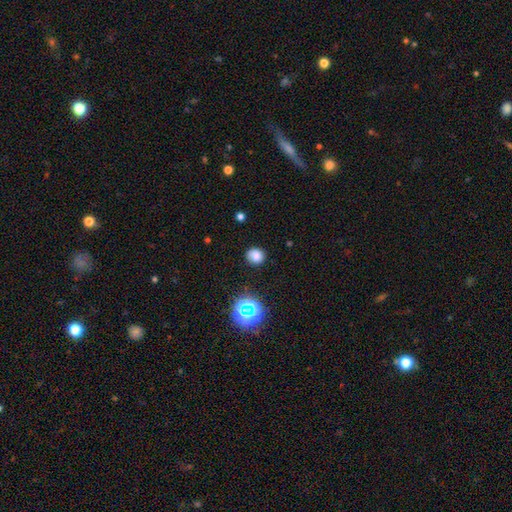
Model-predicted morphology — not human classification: Smooth or featured?
  - smooth: 76% *
  - star or artifact: 17%
  - featured or disk: 7%
How rounded?
  - round: 80% *
  - in between: 19%
  - cigar-shaped: 1%
Merging?
  - none: 81% *
  - minor disturbance: 13%
  - major disturbance: 4%
  - merger: 2%